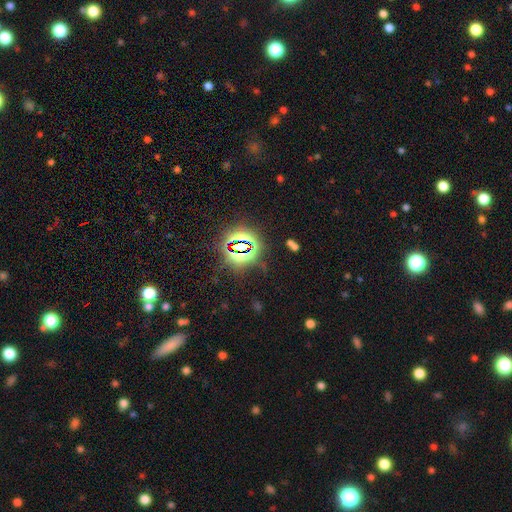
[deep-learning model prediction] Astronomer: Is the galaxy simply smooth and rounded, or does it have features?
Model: star or artifact — 80%.